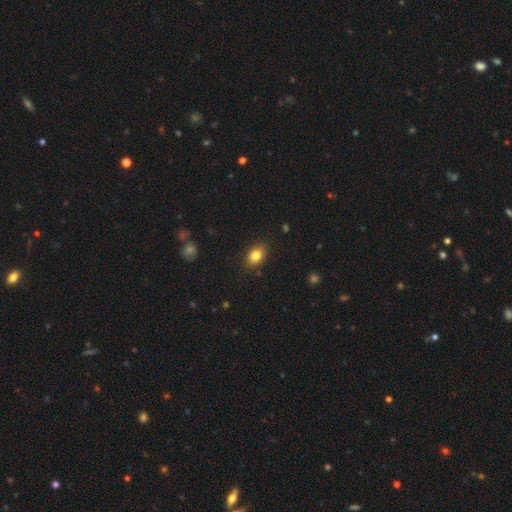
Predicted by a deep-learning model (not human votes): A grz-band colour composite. It shows a smooth galaxy with no disk features (83%) that is in between round and cigar-shaped (80%). Merging: none (86%).